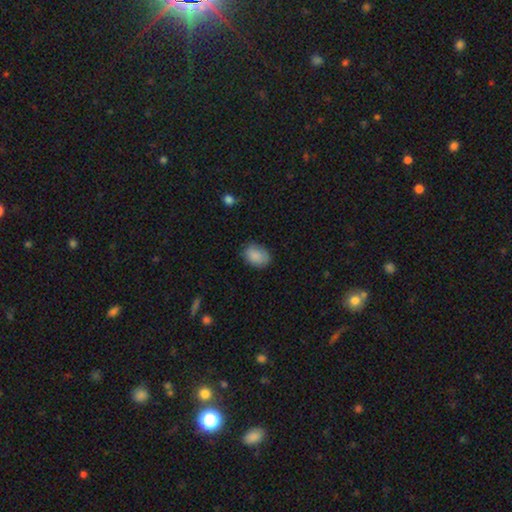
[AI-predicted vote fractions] This appears to be a smooth galaxy with no disk features (87%) that is in between round and cigar-shaped (75%). Merging: none (77%).